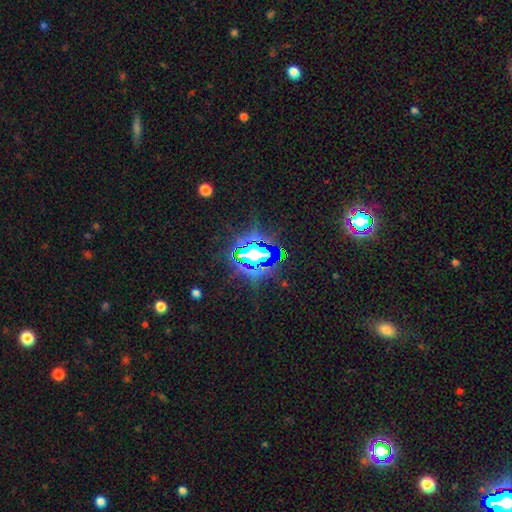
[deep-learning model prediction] The model was most divided on "smooth or featured": star or artifact: 80%, smooth: 11%, featured or disk: 9%.